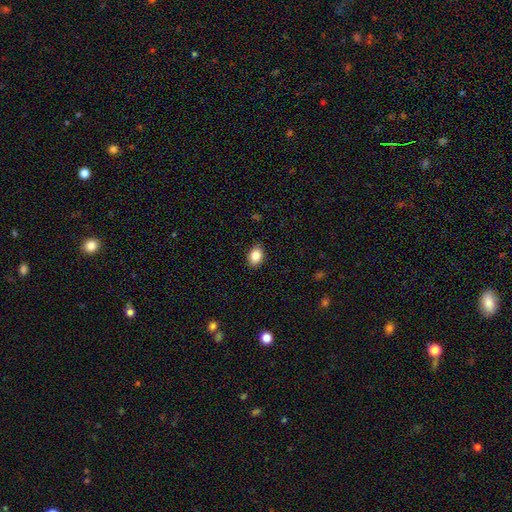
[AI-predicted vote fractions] A smooth galaxy with no disk features (87%) that is in between round and cigar-shaped (74%). Merging: none (87%).